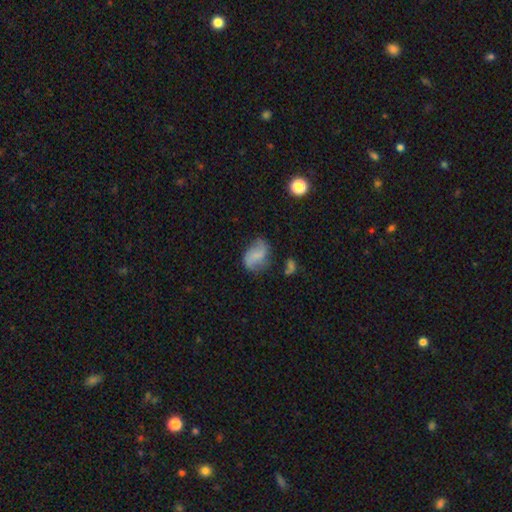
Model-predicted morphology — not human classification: A smooth galaxy with no disk features (48%).

Vote fractions:
- Smooth or featured? smooth: 48% / featured or disk: 43% / star or artifact: 10%
- Merging? none: 54% / minor disturbance: 28% / major disturbance: 13% / merger: 5%